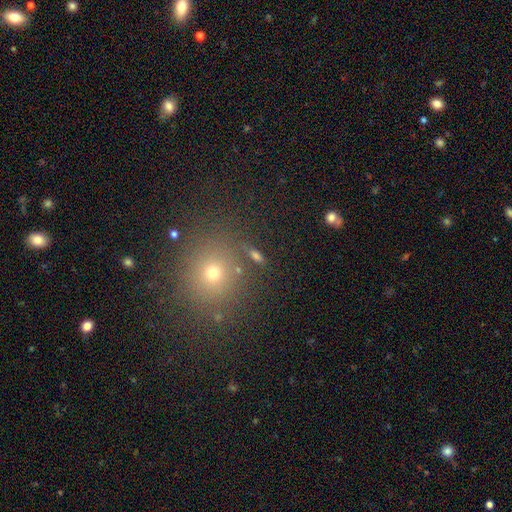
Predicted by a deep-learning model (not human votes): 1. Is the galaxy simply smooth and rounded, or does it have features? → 61% smooth, 25% star or artifact, 14% featured or disk.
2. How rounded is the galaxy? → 48% in between, 42% round, 10% cigar-shaped.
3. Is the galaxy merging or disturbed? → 79% none, 9% minor disturbance, 7% merger, 4% major disturbance.